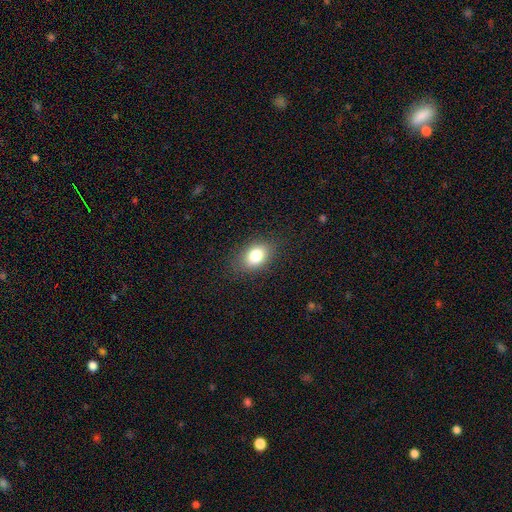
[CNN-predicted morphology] type=smooth (82%); roundness=in between (78%); merging=none (84%).